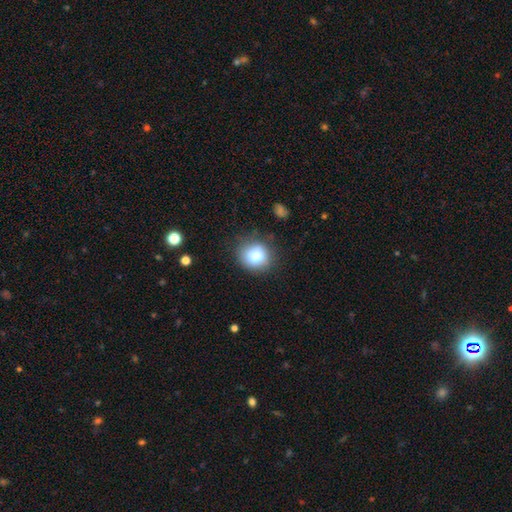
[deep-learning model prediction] Smooth or featured? smooth (83%)
How rounded? round (76%)
Merging? none (77%)